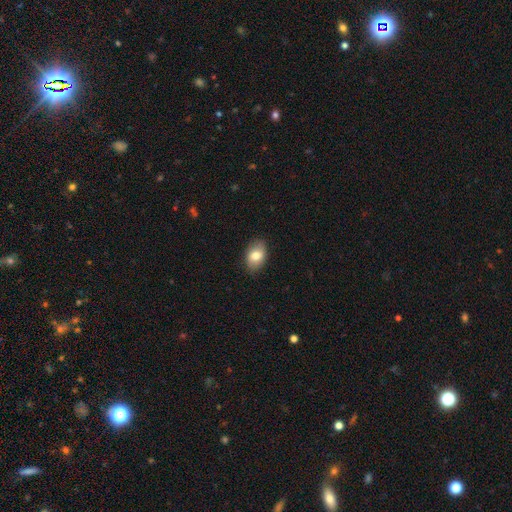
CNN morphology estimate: smooth-or-featured: smooth: 78% | featured or disk: 15% | star or artifact: 7%
  how-rounded: in between: 86% | round: 12% | cigar-shaped: 1%
  merging: none: 85% | minor disturbance: 11% | major disturbance: 2% | merger: 1%